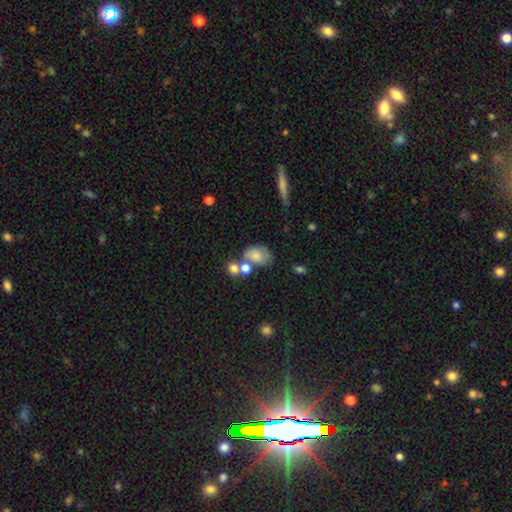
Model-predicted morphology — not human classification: This is likely a smooth galaxy (70%). How rounded: likely in between (76%). Merging: marginally none (38%).